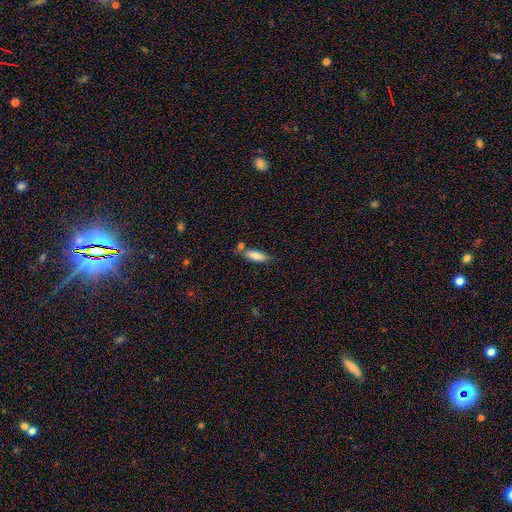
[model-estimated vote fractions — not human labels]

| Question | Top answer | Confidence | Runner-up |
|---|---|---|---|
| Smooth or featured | smooth | 82% | featured or disk (12%) |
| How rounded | in between | 56% | cigar-shaped (42%) |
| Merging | none | 62% | minor disturbance (17%) |